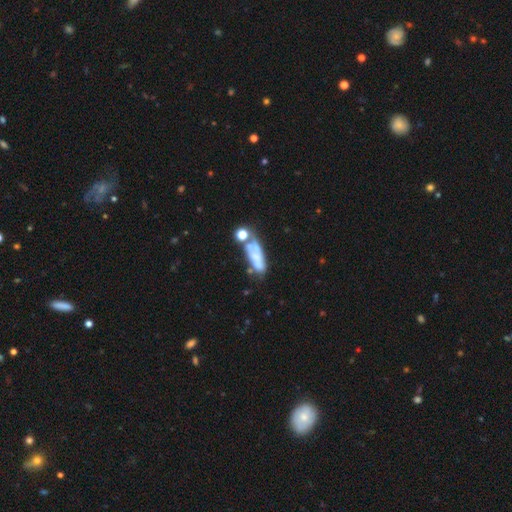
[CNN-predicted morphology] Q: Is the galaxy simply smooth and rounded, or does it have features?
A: smooth — 44%.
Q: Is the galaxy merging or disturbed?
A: none — 33%.